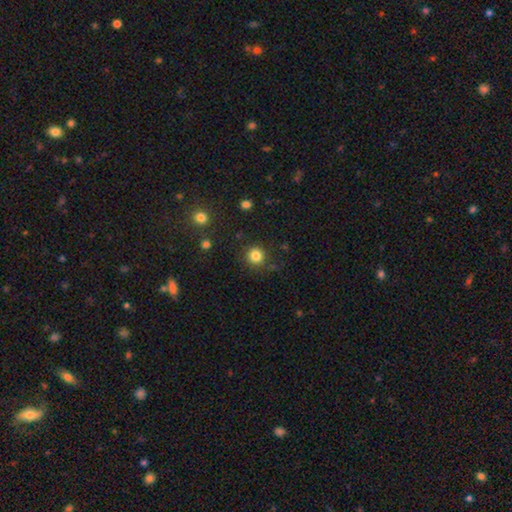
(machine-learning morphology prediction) smooth 83%, star or artifact 12%, featured or disk 4%. Down the decision tree: how rounded — round (94%); merging — none (87%).